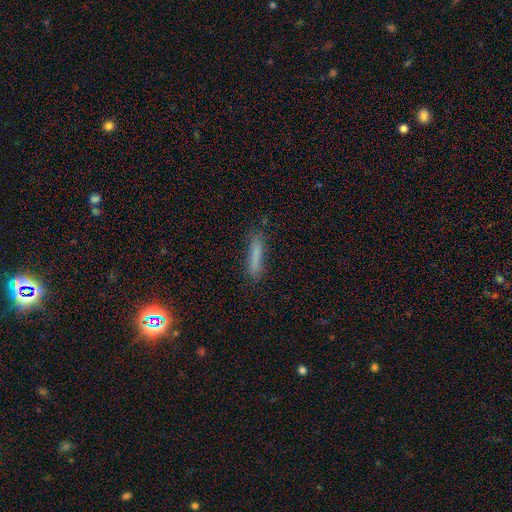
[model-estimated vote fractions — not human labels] smooth-or-featured: smooth: 77% | featured or disk: 14% | star or artifact: 10%
  how-rounded: cigar-shaped: 90% | in between: 9% | round: 1%
  merging: none: 81% | minor disturbance: 14% | major disturbance: 3% | merger: 2%